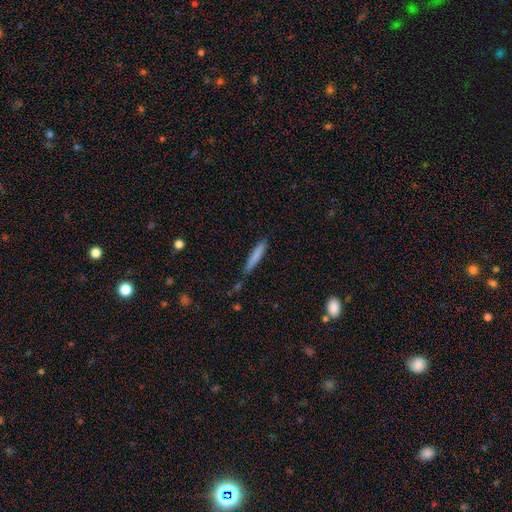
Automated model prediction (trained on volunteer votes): Smooth or featured? smooth (78%)
How rounded? cigar-shaped (93%)
Merging? none (76%)